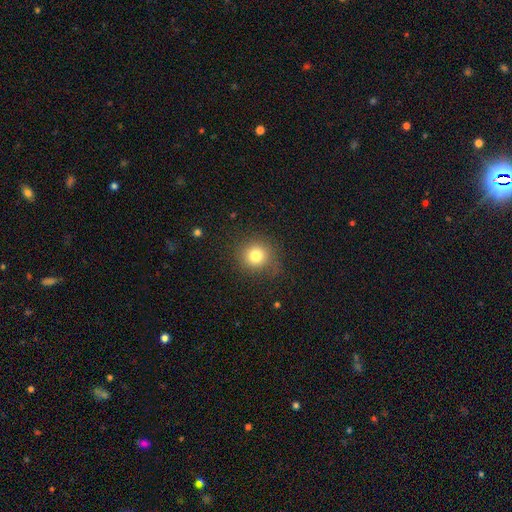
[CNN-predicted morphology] smooth-or-featured: smooth: 79% | star or artifact: 13% | featured or disk: 9%
  how-rounded: round: 89% | in between: 10% | cigar-shaped: 1%
  merging: none: 81% | minor disturbance: 12% | major disturbance: 5% | merger: 1%